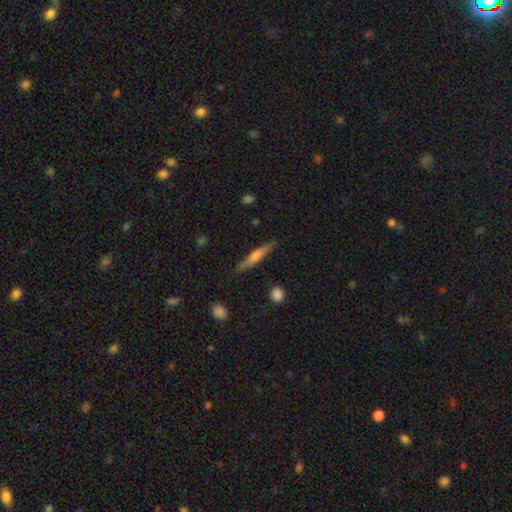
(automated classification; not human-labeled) This appears to be a smooth galaxy with no disk features (47%, tied with featured or disk). Merging: none (87%).